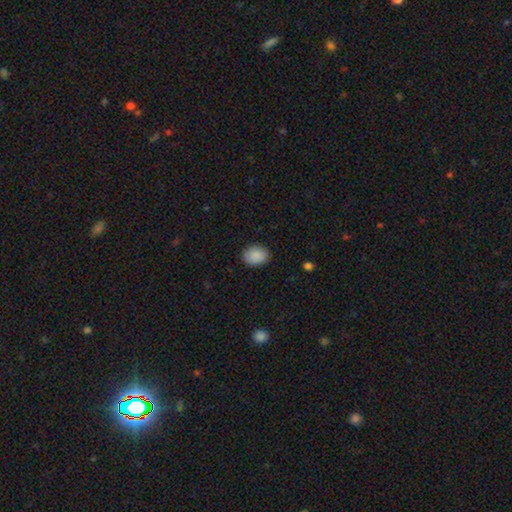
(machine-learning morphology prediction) Smooth or featured: smooth — 89% (star or artifact — 7%)
How rounded: in between — 61% (round — 39%)
Merging: none — 87% (minor disturbance — 9%)